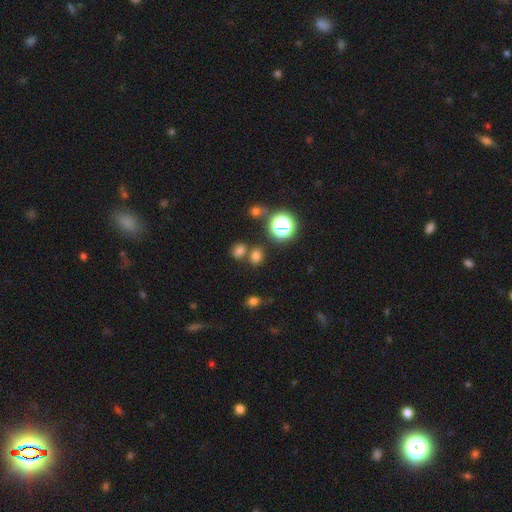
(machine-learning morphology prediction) Smooth or featured? Predicted: smooth (p=0.69). How rounded? Predicted: round (p=0.55). Merging? Predicted: none (p=0.68).